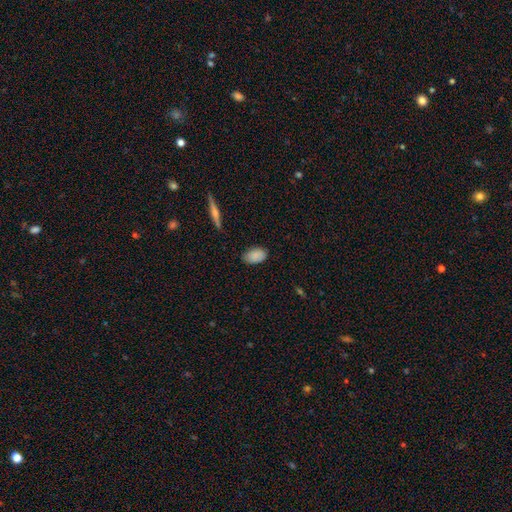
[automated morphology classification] smooth_or_featured: smooth (p=0.87) [alt: star or artifact p=0.07]
how_rounded: in between (p=0.93) [alt: round p=0.05]
merging: none (p=0.81) [alt: minor disturbance p=0.15]